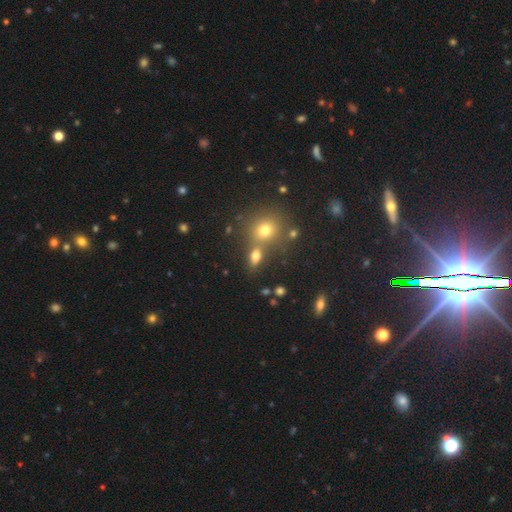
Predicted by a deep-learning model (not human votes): This appears to be a smooth galaxy with no disk features (70%) that is in between round and cigar-shaped (68%). Merging: none (58%).